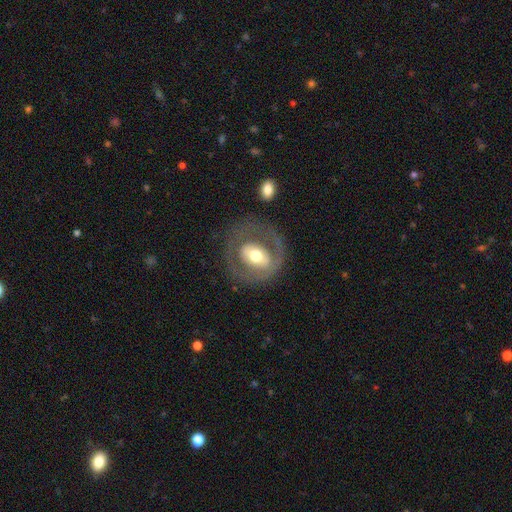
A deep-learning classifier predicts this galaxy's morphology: Overall: featured or disk (59%; smooth 35%). Edge-on disk: no (94%). Bar: no (47%; weak 29%). Spiral arms: no (72%). Bulge size: moderate (63%). Merging: none (70%).